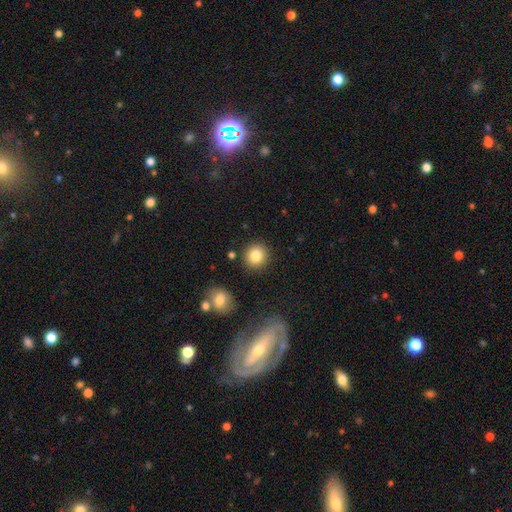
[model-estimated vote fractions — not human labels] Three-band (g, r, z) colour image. It shows a smooth galaxy with no disk features (84%) that is round (90%). Merging: none (88%).